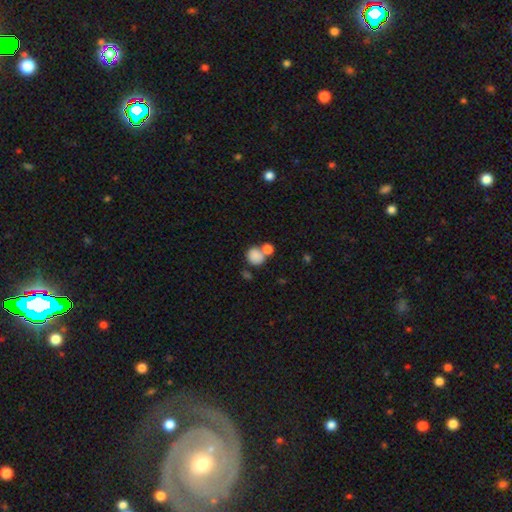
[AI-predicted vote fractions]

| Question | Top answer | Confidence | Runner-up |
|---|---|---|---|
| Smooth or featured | smooth | 84% | star or artifact (9%) |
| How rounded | round | 77% | in between (22%) |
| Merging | none | 44% | merger (41%) |